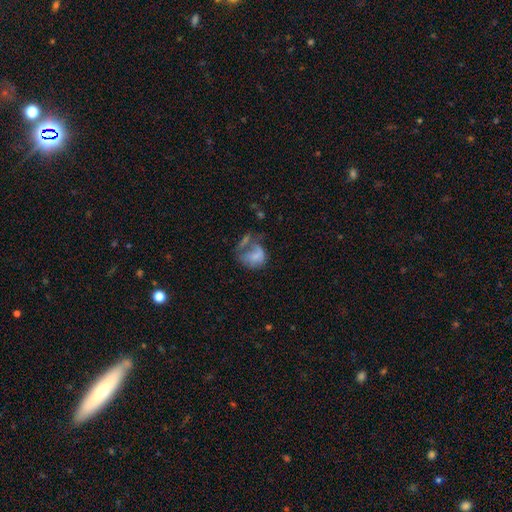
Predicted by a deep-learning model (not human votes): Morphology: type=smooth (55%); roundness=in between (56%); merging=major disturbance (40%).